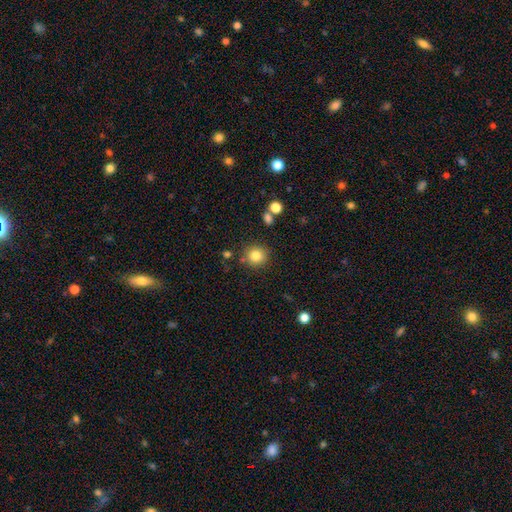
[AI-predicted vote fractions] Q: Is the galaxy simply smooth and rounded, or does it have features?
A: smooth — 83%.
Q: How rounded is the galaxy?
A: round — 92%.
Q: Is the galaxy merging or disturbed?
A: none — 84%.